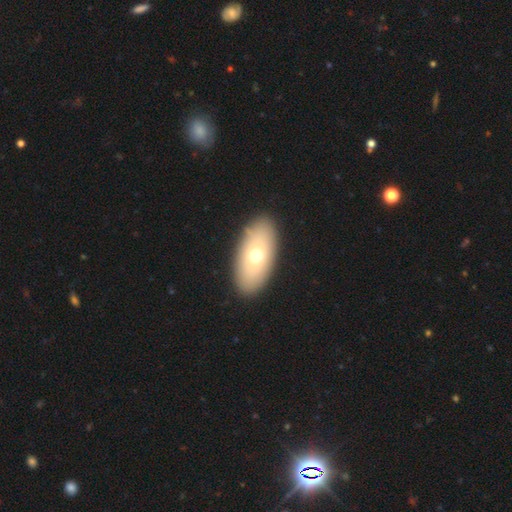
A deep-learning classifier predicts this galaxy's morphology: Smooth or featured? smooth (66%)
How rounded? in between (90%)
Merging? none (90%)